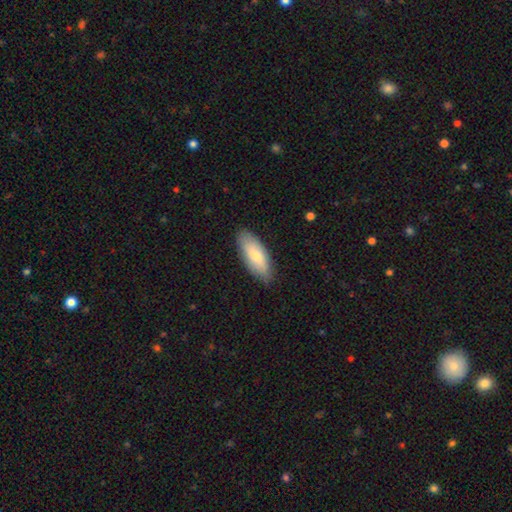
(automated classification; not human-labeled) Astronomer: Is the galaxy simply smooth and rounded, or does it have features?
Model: smooth — 77%.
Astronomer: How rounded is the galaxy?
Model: in between — 81%.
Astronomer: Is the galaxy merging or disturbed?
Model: none — 83%.